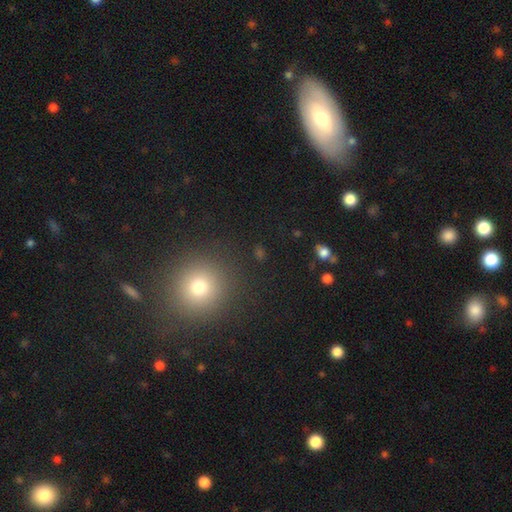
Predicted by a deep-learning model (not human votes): This is possibly a smooth galaxy (53%). How rounded: clearly round (80%). Merging: clearly none (86%).